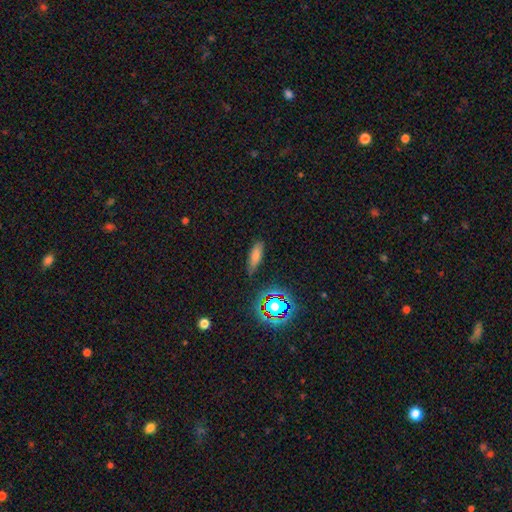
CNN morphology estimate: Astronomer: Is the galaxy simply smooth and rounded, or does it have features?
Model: smooth — 74%.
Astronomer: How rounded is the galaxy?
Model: in between — 60% (runner-up: cigar-shaped, 37%).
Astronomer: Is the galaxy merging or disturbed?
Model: none — 81%.